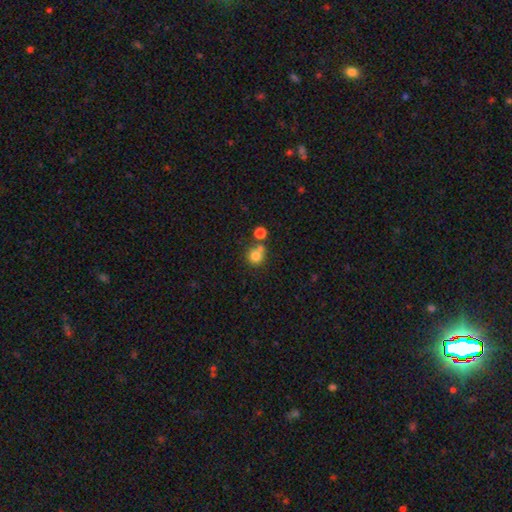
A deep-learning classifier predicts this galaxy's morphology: Smooth or featured? Predicted: smooth (p=0.80). How rounded? Predicted: round (p=0.88). Merging? Predicted: none (p=0.55).